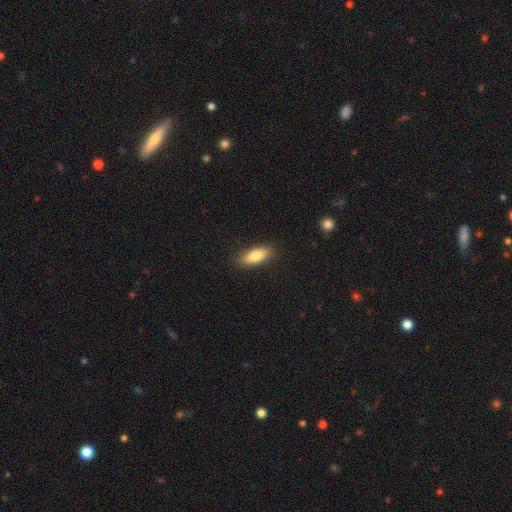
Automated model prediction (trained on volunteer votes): This is clearly a smooth galaxy (82%). How rounded: likely in between (77%). Merging: clearly none (87%).